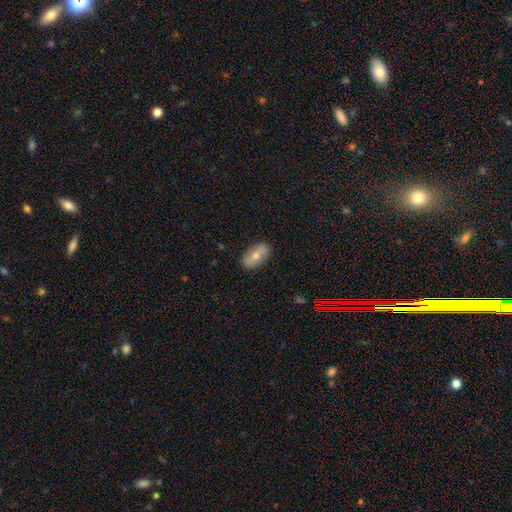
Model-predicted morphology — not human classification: Overall: smooth (62%; featured or disk 32%). How rounded: in between (91%). Merging: none (86%).